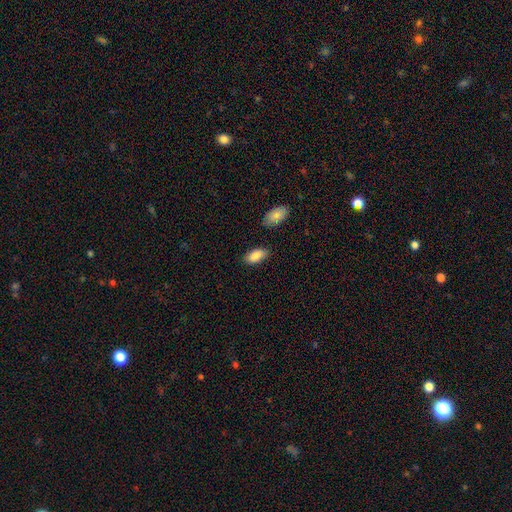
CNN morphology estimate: Smooth or featured: smooth — 88% (star or artifact — 6%)
How rounded: in between — 93% (cigar-shaped — 4%)
Merging: none — 82% (minor disturbance — 13%)